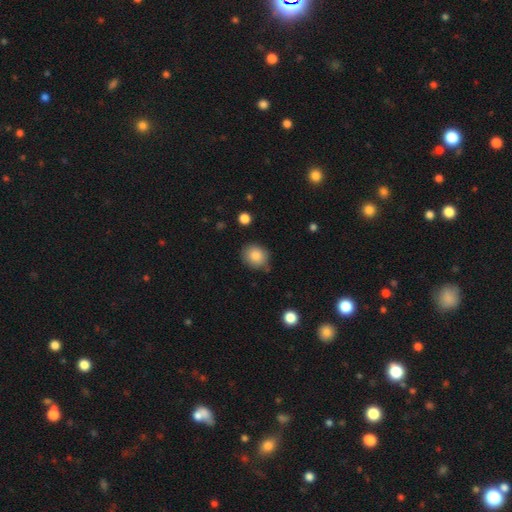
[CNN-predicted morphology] This is clearly a smooth galaxy (86%). How rounded: likely round (69%). Merging: likely none (76%).